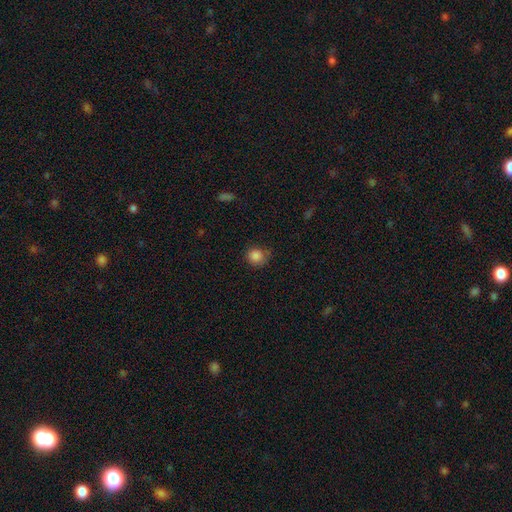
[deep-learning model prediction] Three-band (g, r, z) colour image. It shows a smooth galaxy with no disk features (86%) that is round (88%). Merging: none (73%).